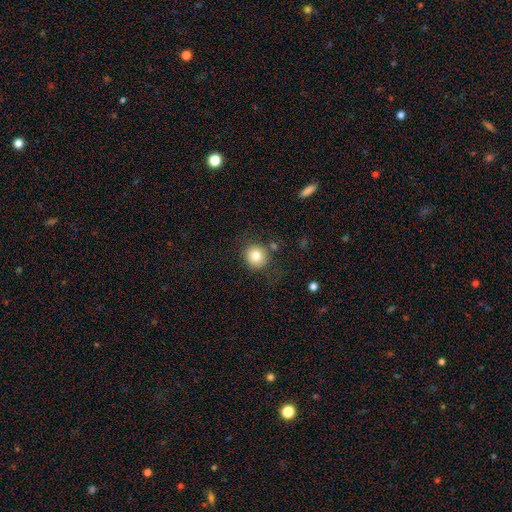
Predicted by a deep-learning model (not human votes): A smooth galaxy with no disk features (80%) that is round (92%).

Vote fractions:
- Smooth or featured? smooth: 80% / star or artifact: 11% / featured or disk: 9%
- How rounded? round: 92% / in between: 7% / cigar-shaped: 1%
- Merging? none: 79% / minor disturbance: 12% / major disturbance: 5% / merger: 5%